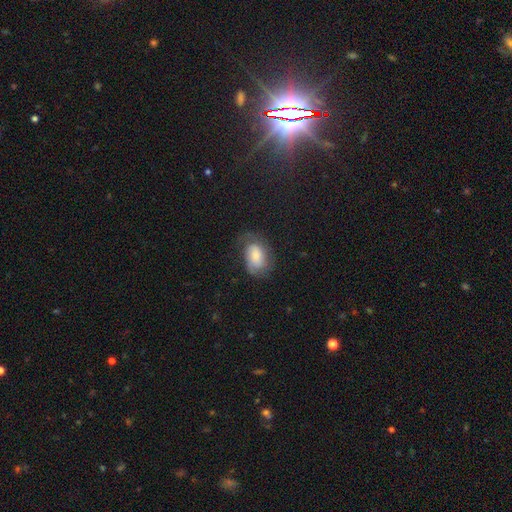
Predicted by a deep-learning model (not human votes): A smooth galaxy with no disk features (52%) that is in between round and cigar-shaped (83%).

Vote fractions:
- Smooth or featured? smooth: 52% / featured or disk: 39% / star or artifact: 9%
- How rounded? in between: 83% / round: 16% / cigar-shaped: 1%
- Merging? none: 51% / minor disturbance: 28% / major disturbance: 20% / merger: 2%